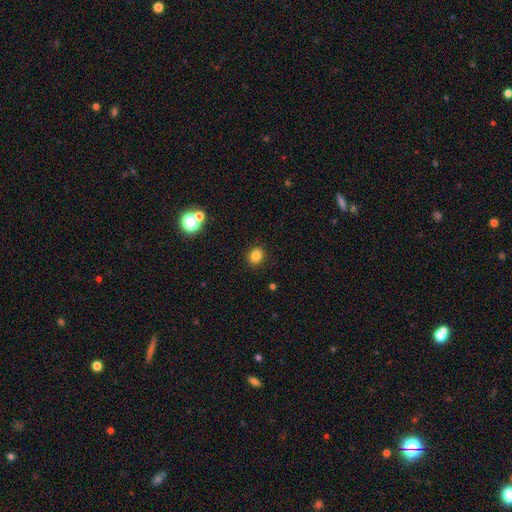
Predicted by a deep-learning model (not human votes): Smooth or featured? smooth (83%)
How rounded? round (70%)
Merging? none (90%)